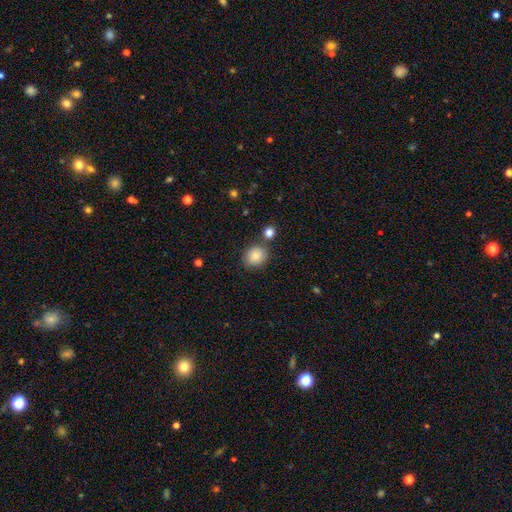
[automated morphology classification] smooth_or_featured: smooth (p=0.83) [alt: star or artifact p=0.09]
how_rounded: round (p=0.72) [alt: in between p=0.27]
merging: none (p=0.77) [alt: minor disturbance p=0.10]